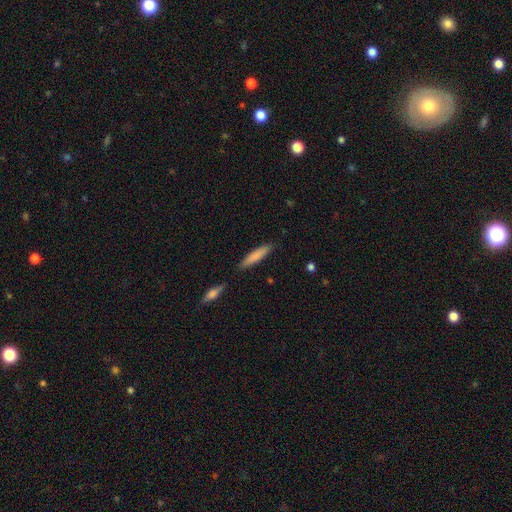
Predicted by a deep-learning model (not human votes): Smooth or featured? Predicted: smooth (p=0.81). How rounded? Predicted: cigar-shaped (p=0.85). Merging? Predicted: none (p=0.85).